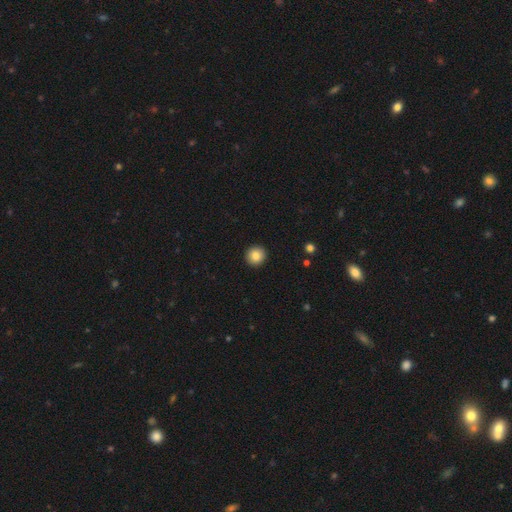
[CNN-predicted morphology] Smooth or featured? Predicted: smooth (p=0.86). How rounded? Predicted: round (p=0.93). Merging? Predicted: none (p=0.93).